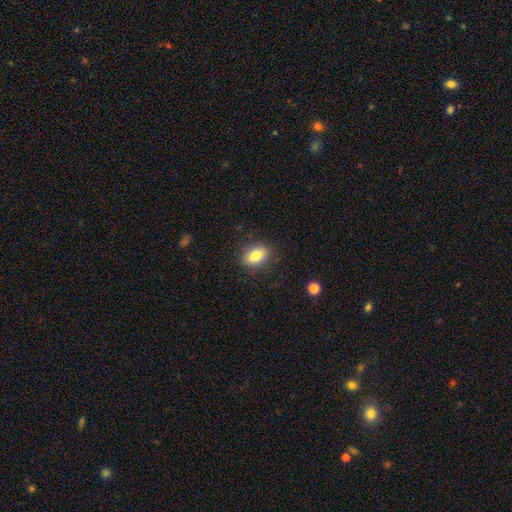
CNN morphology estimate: Smooth or featured? Predicted: smooth (p=0.82). How rounded? Predicted: in between (p=0.84). Merging? Predicted: none (p=0.86).